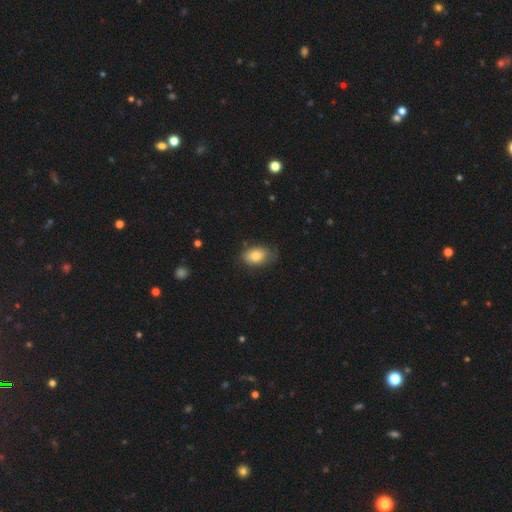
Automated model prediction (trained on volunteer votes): smooth-or-featured: smooth: 82% | featured or disk: 11% | star or artifact: 7%
  how-rounded: in between: 86% | round: 13% | cigar-shaped: 1%
  merging: none: 65% | minor disturbance: 27% | major disturbance: 6% | merger: 2%